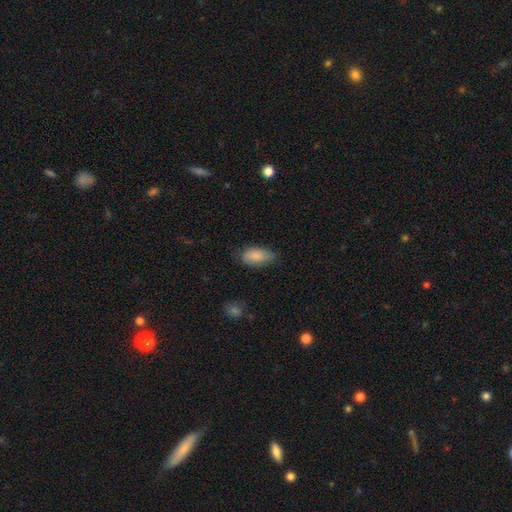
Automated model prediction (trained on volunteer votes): Overall: smooth (77%). How rounded: in between (92%). Merging: none (58%; minor disturbance 33%).